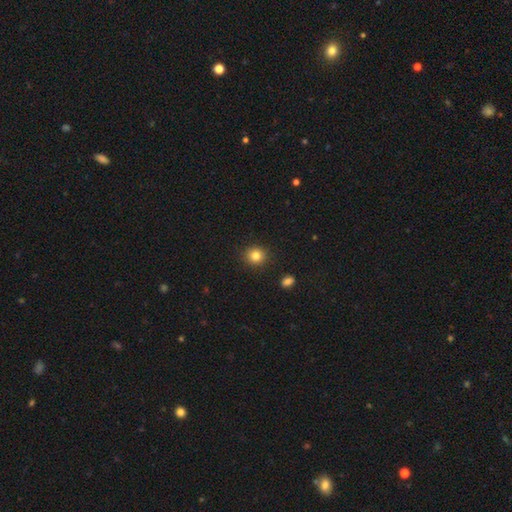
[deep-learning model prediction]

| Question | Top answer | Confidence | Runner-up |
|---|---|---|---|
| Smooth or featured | smooth | 82% | star or artifact (12%) |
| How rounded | round | 88% | in between (11%) |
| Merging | none | 91% | minor disturbance (6%) |